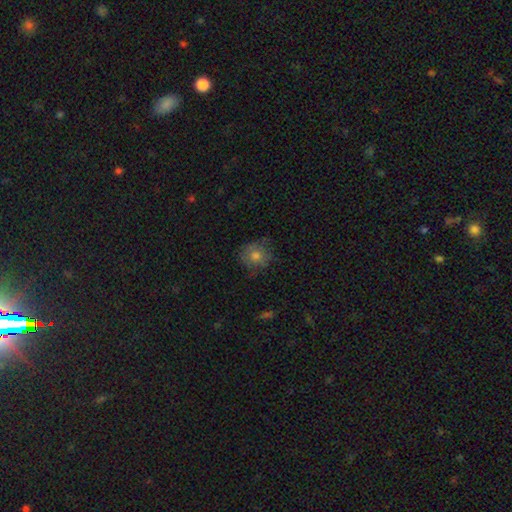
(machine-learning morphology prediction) Smooth or featured?
  - smooth: 71% *
  - featured or disk: 17%
  - star or artifact: 12%
How rounded?
  - round: 86% *
  - in between: 13%
  - cigar-shaped: 1%
Merging?
  - none: 75% *
  - minor disturbance: 18%
  - major disturbance: 5%
  - merger: 1%